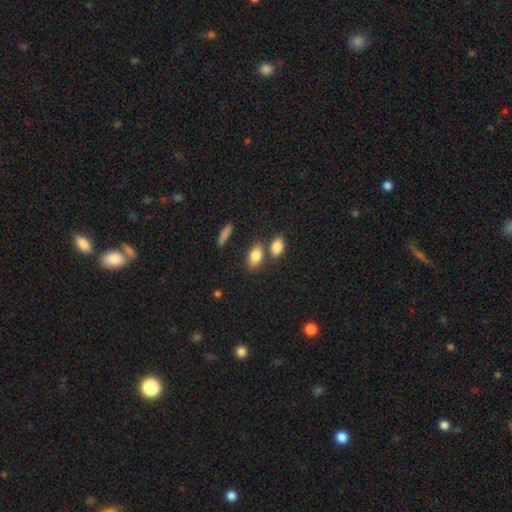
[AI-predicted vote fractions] Morphology: type=smooth (82%); roundness=in between (83%); merging=none (58%).